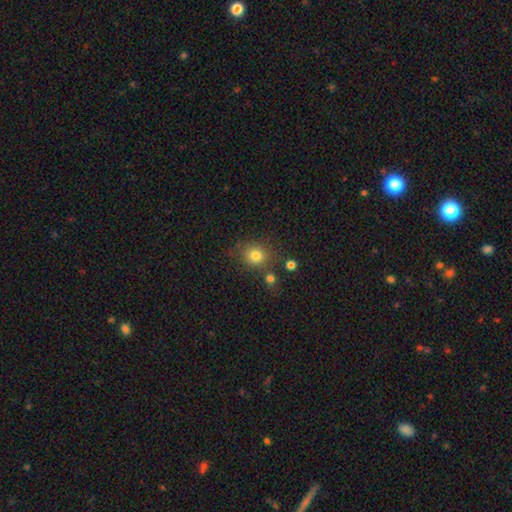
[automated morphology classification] smooth 80%, star or artifact 13%, featured or disk 7%. Down the decision tree: how rounded — round (82%); merging — none (75%).